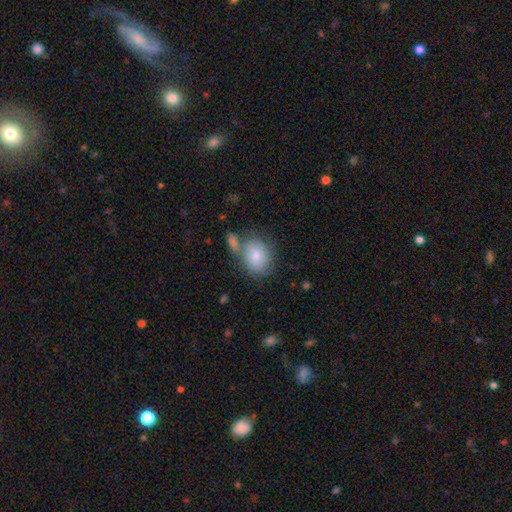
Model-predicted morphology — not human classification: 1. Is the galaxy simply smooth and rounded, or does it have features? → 79% smooth, 13% featured or disk, 8% star or artifact.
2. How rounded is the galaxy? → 52% in between, 47% round, 1% cigar-shaped.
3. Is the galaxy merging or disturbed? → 56% none, 23% merger, 15% minor disturbance, 6% major disturbance.